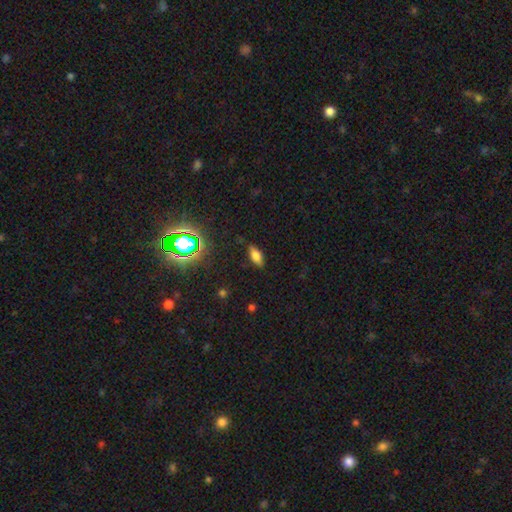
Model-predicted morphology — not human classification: Smooth or featured? Predicted: smooth (p=0.68). How rounded? Predicted: in between (p=0.81). Merging? Predicted: none (p=0.82).